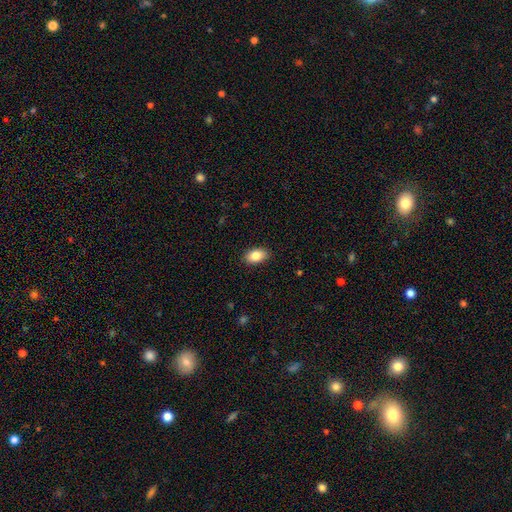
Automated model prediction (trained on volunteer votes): Smooth or featured? smooth (85%)
How rounded? in between (89%)
Merging? none (88%)